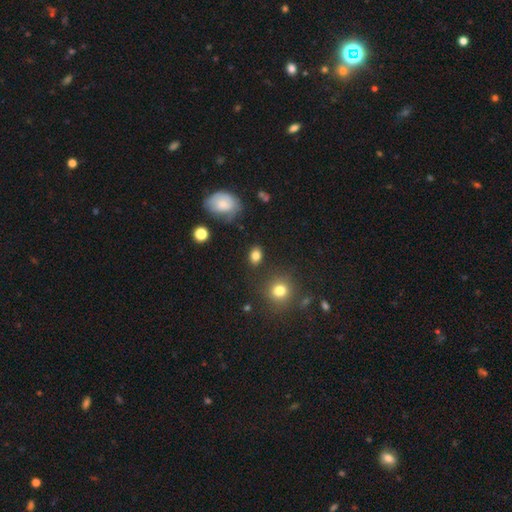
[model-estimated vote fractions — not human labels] smooth 82%, star or artifact 11%, featured or disk 7%. Down the decision tree: how rounded — in between (74%); merging — none (83%).